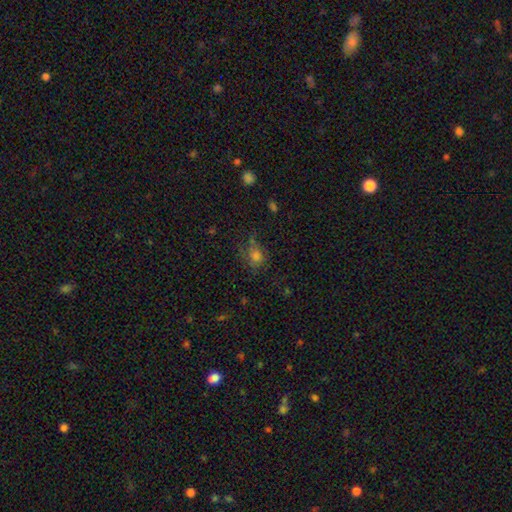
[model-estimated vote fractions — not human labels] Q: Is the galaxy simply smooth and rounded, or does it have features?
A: smooth — 68%.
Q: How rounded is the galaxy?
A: round — 67%.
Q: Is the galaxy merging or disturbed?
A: none — 60%.